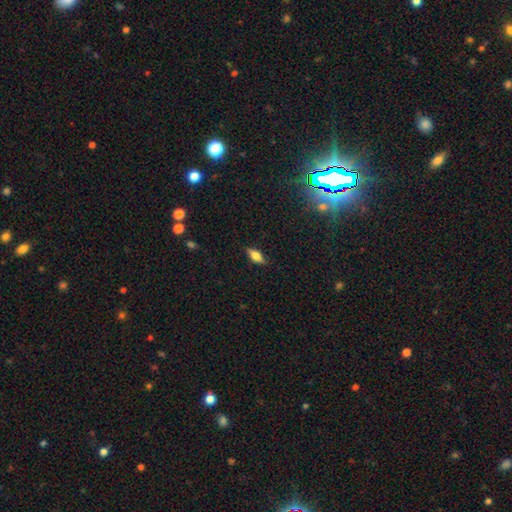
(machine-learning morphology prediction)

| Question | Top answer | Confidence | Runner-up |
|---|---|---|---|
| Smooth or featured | smooth | 55% | featured or disk (36%) |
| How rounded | in between | 72% | cigar-shaped (24%) |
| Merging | none | 85% | minor disturbance (11%) |